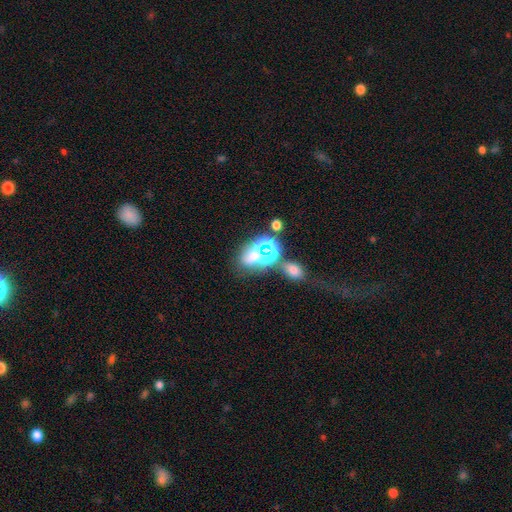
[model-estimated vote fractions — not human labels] smooth_or_featured: star or artifact (p=0.48) [alt: smooth p=0.38]